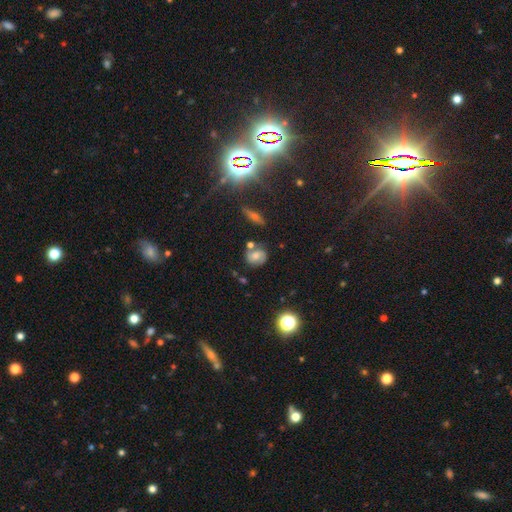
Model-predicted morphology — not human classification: smooth 51%, featured or disk 35%, star or artifact 14%. Down the decision tree: how rounded — round (62%); merging — none (64%).